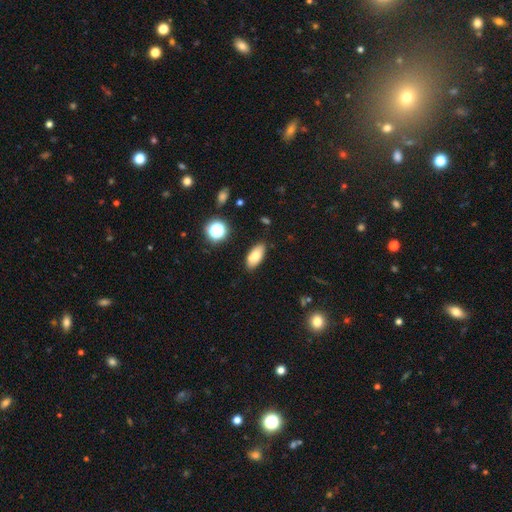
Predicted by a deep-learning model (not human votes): smooth_or_featured: smooth (p=0.73) [alt: featured or disk p=0.18]
how_rounded: in between (p=0.88) [alt: cigar-shaped p=0.08]
merging: none (p=0.81) [alt: minor disturbance p=0.12]